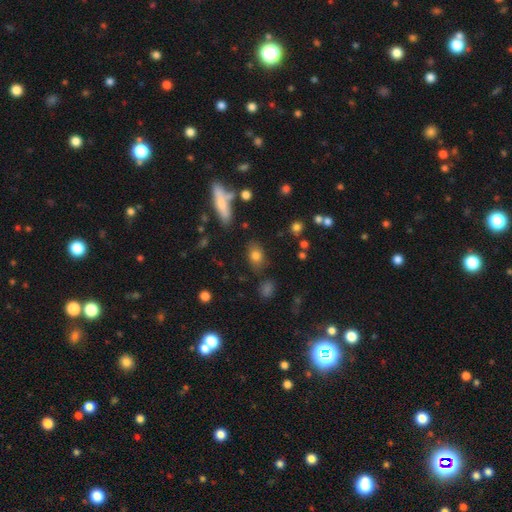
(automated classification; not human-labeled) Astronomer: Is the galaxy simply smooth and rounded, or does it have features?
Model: smooth — 78%.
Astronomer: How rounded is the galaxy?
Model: in between — 76%.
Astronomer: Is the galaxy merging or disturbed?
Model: none — 78%.